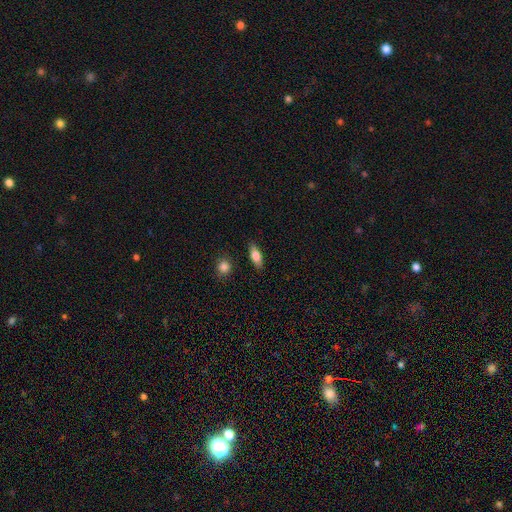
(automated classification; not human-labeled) The model was most divided on "how rounded": in between: 73%, cigar-shaped: 23%, round: 4%. More confident: merging — none (86%); smooth or featured — smooth (75%).